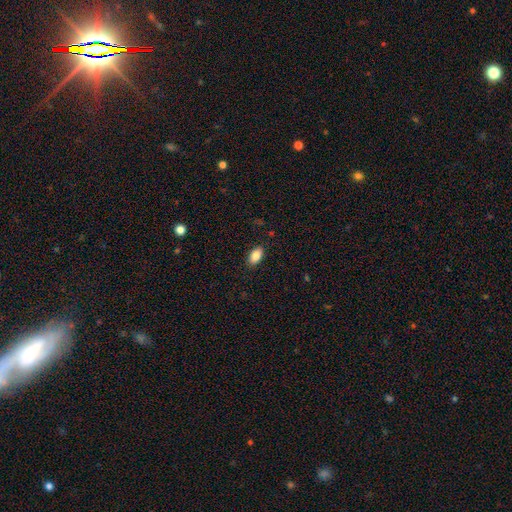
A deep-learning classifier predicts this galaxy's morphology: This is clearly a smooth galaxy (86%). How rounded: clearly in between (92%). Merging: clearly none (88%).